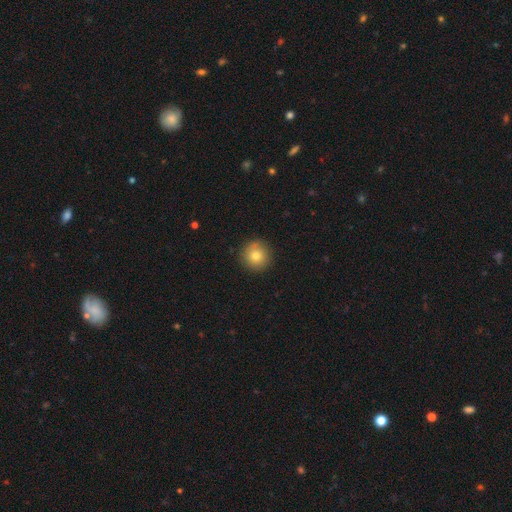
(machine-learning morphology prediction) Smooth or featured? Predicted: smooth (p=0.79). How rounded? Predicted: round (p=0.95). Merging? Predicted: none (p=0.88).